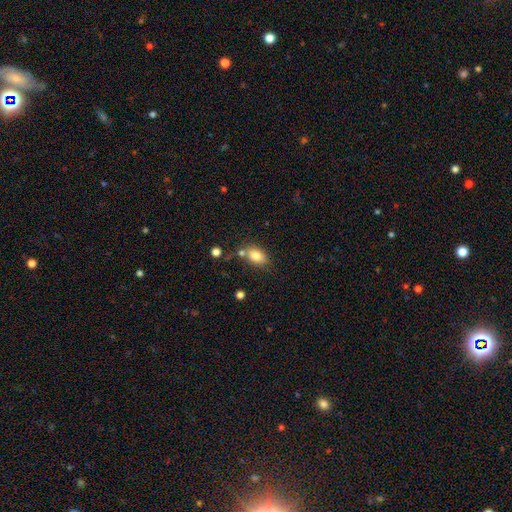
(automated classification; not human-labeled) Smooth or featured? Predicted: smooth (p=0.82). How rounded? Predicted: in between (p=0.86). Merging? Predicted: none (p=0.64).